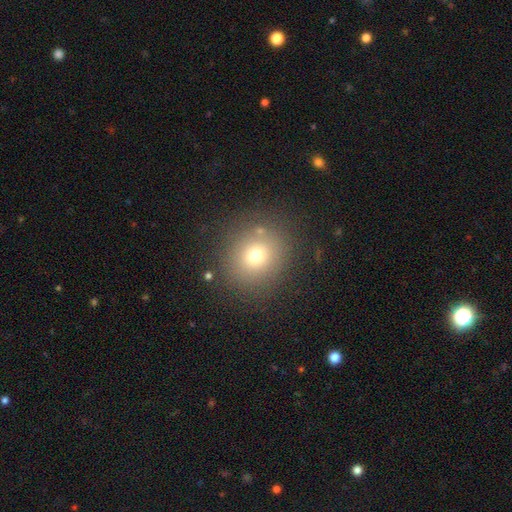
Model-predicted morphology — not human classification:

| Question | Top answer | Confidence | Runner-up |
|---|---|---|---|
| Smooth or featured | smooth | 71% | star or artifact (17%) |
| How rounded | round | 85% | in between (14%) |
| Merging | none | 83% | minor disturbance (9%) |